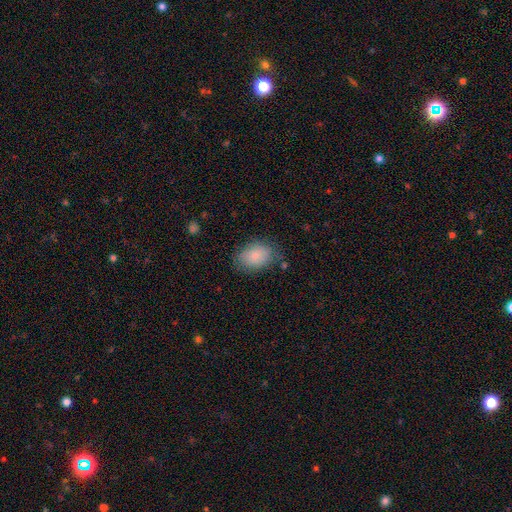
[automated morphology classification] Smooth or featured?
  - smooth: 82% *
  - featured or disk: 10%
  - star or artifact: 8%
How rounded?
  - in between: 76% *
  - round: 23%
  - cigar-shaped: 1%
Merging?
  - none: 77% *
  - minor disturbance: 17%
  - major disturbance: 5%
  - merger: 2%